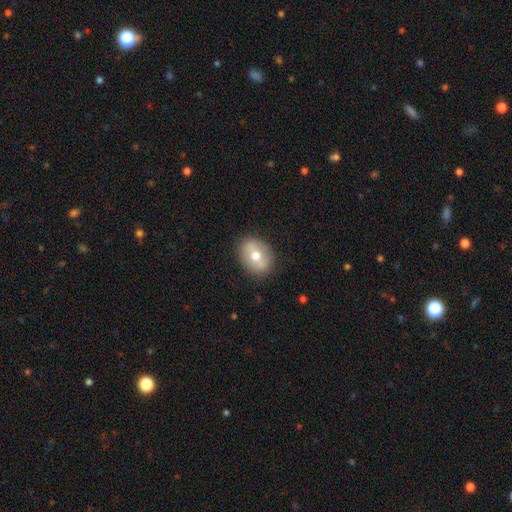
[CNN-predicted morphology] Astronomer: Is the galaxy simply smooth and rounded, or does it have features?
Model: smooth — 60%.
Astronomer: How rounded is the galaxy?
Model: in between — 53% (runner-up: round, 46%).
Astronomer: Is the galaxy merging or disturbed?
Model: none — 85%.